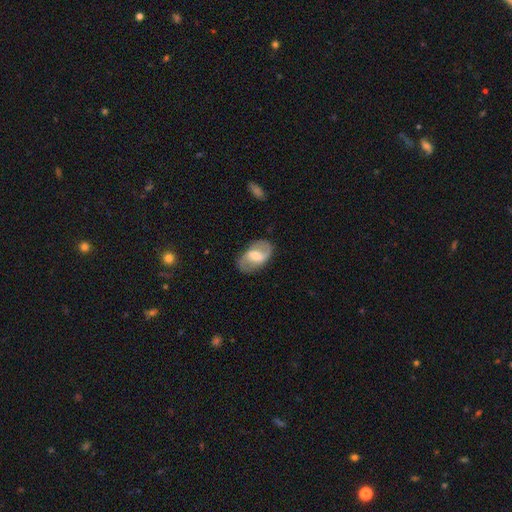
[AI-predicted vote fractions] The model was most divided on "spiral winding": medium: 43%, loose: 42%, tight: 15%. Remaining: edge-on disk — no (96%); spiral arm count — 2 (89%); spiral arms — yes (86%); merging — none (81%); smooth or featured — featured or disk (72%); bulge size — moderate (54%); bar — weak (50%).